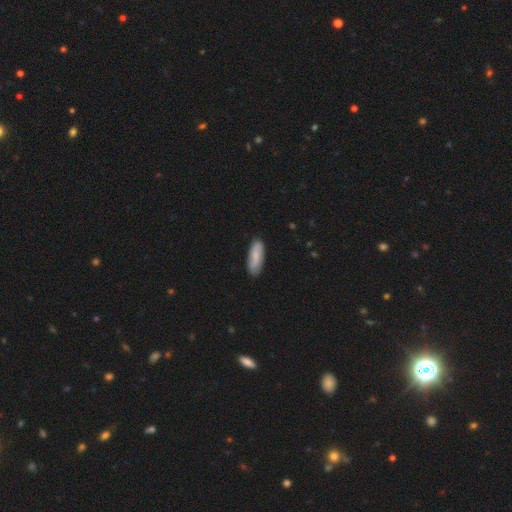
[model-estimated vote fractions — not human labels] smooth_or_featured: smooth (p=0.69) [alt: featured or disk p=0.25]
how_rounded: in between (p=0.66) [alt: cigar-shaped p=0.32]
merging: none (p=0.84) [alt: minor disturbance p=0.13]